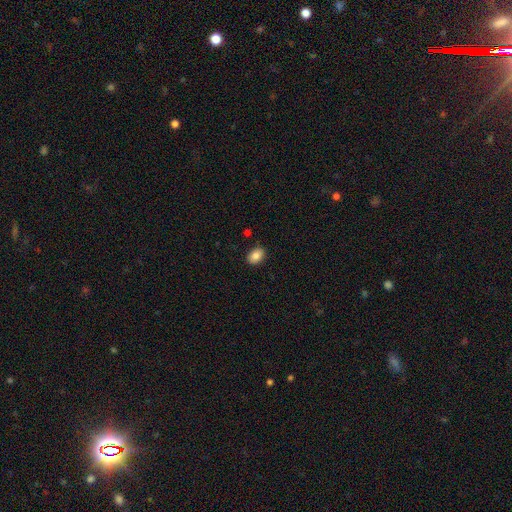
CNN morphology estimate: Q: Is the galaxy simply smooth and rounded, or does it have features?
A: smooth — 86%.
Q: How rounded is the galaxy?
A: in between — 78%.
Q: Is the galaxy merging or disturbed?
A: none — 88%.